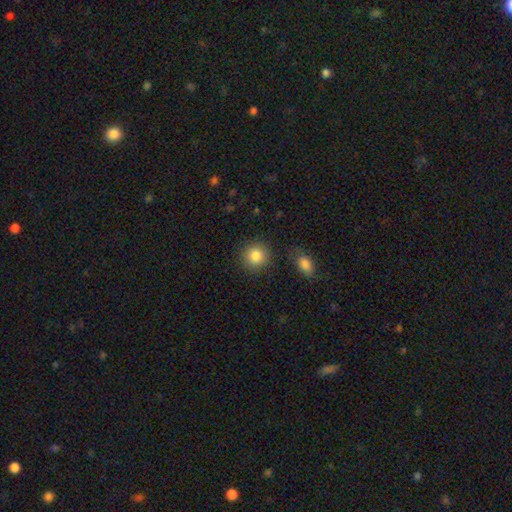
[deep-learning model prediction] smooth 86%, star or artifact 9%, featured or disk 5%. Down the decision tree: how rounded — round (89%); merging — none (86%).